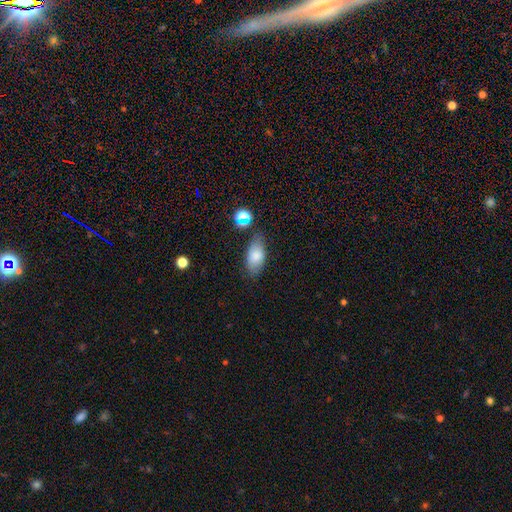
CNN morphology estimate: Smooth or featured: smooth — 79% (featured or disk — 12%)
How rounded: in between — 90% (cigar-shaped — 6%)
Merging: none — 71% (minor disturbance — 19%)